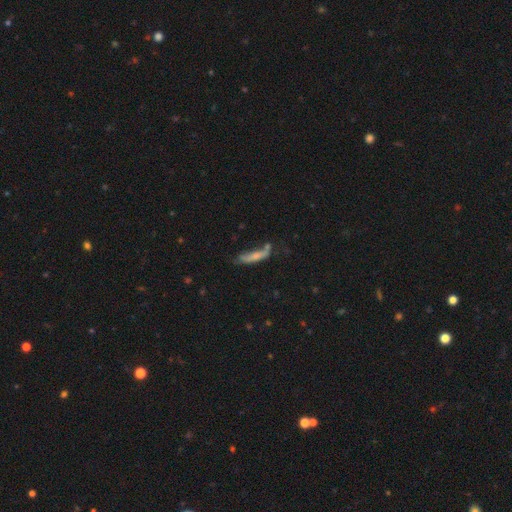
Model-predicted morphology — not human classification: A smooth galaxy with no disk features (62%) that is cigar-shaped (77%).

Vote fractions:
- Smooth or featured? smooth: 62% / featured or disk: 29% / star or artifact: 9%
- How rounded? cigar-shaped: 77% / in between: 21% / round: 2%
- Merging? none: 41% / minor disturbance: 28% / major disturbance: 17% / merger: 14%